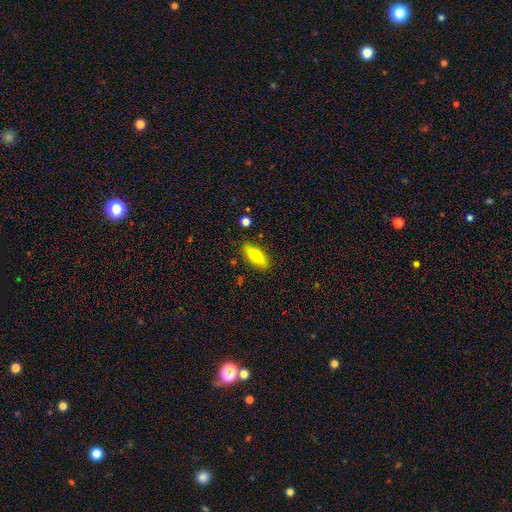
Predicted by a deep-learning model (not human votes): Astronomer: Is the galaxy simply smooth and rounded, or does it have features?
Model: smooth — 65%.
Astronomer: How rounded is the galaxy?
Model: in between — 58% (runner-up: cigar-shaped, 39%).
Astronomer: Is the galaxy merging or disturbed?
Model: none — 85%.